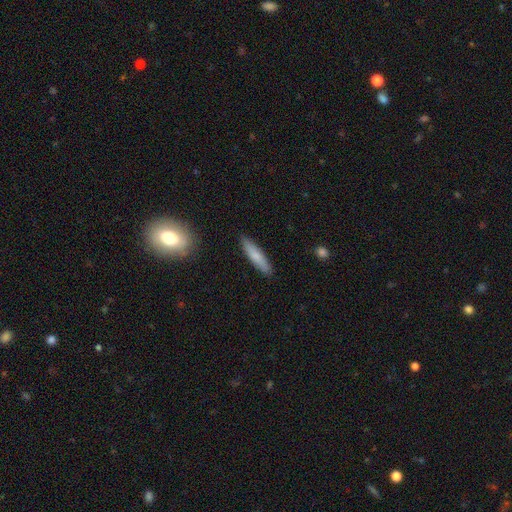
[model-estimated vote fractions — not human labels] A smooth galaxy with no disk features (74%) that is cigar-shaped (84%). Merging: none (88%).